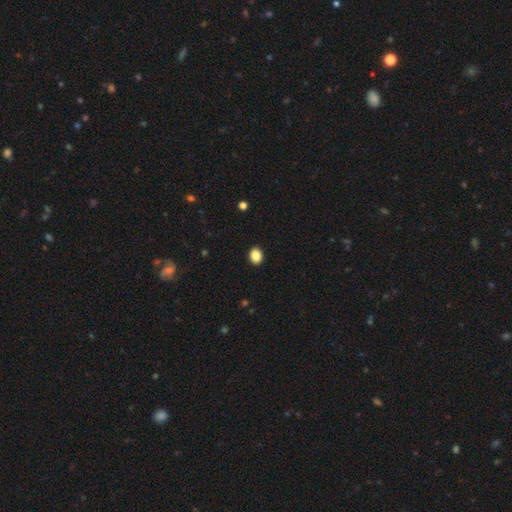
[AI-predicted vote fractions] smooth_or_featured: smooth (p=0.87) [alt: star or artifact p=0.09]
how_rounded: in between (p=0.51) [alt: round p=0.48]
merging: none (p=0.92) [alt: minor disturbance p=0.05]